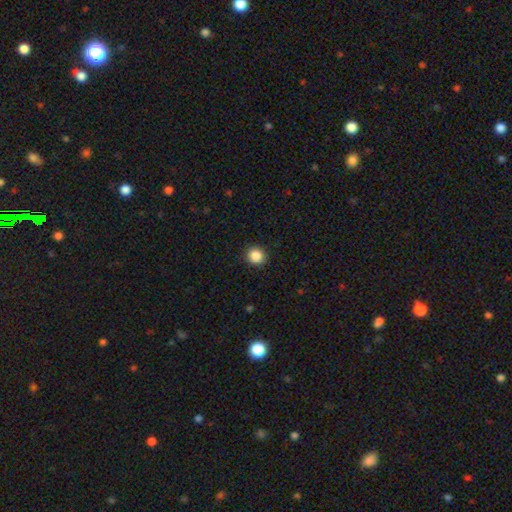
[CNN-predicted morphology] A smooth galaxy with no disk features (87%) that is round (86%). Merging: none (92%).